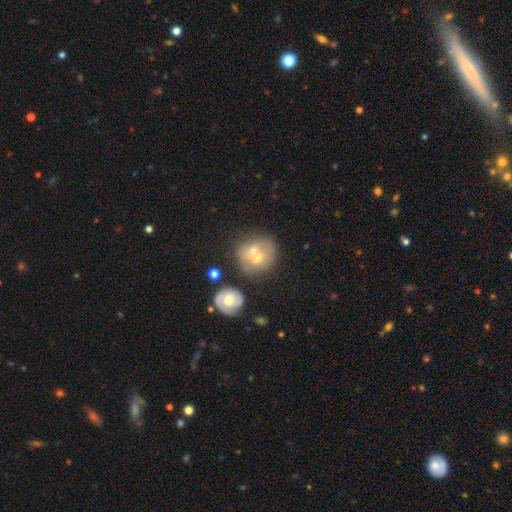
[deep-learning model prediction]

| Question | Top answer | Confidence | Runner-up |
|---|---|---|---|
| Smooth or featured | smooth | 60% | featured or disk (31%) |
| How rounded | round | 81% | in between (18%) |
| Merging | merger | 42% | none (39%) |